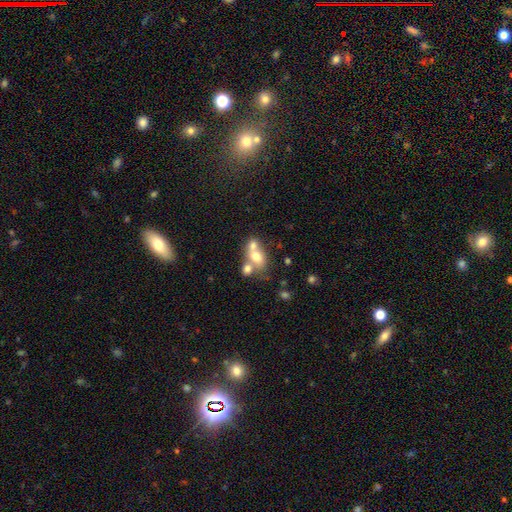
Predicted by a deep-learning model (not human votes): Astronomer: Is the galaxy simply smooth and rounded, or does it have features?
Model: smooth — 65%.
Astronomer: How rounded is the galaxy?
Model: in between — 62%.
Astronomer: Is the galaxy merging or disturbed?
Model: merger — 62%.